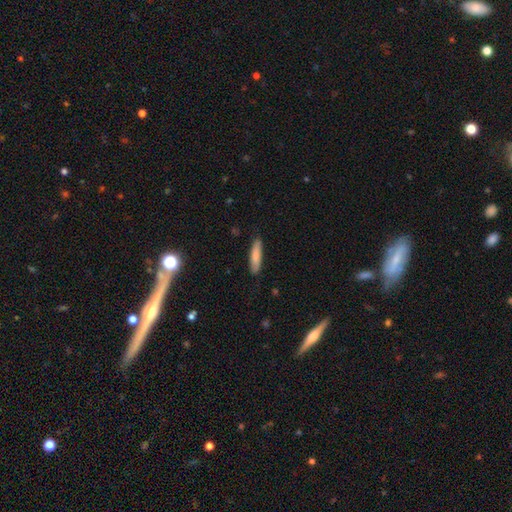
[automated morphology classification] smooth-or-featured: smooth: 82% | featured or disk: 12% | star or artifact: 6%
  how-rounded: cigar-shaped: 80% | in between: 19% | round: 1%
  merging: none: 83% | minor disturbance: 13% | major disturbance: 2% | merger: 1%